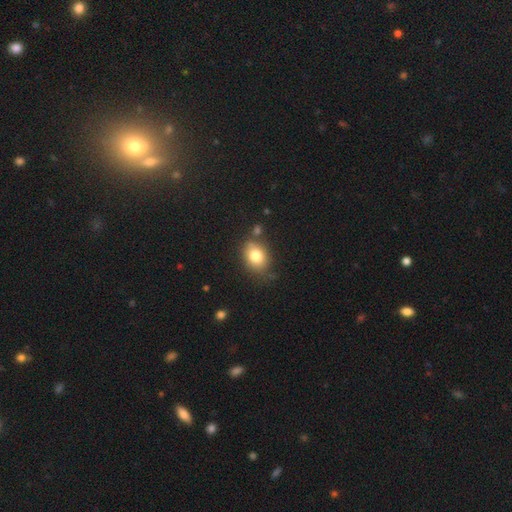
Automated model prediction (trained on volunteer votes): This appears to be a smooth galaxy with no disk features (80%) that is in between round and cigar-shaped (60%). Merging: none (69%).